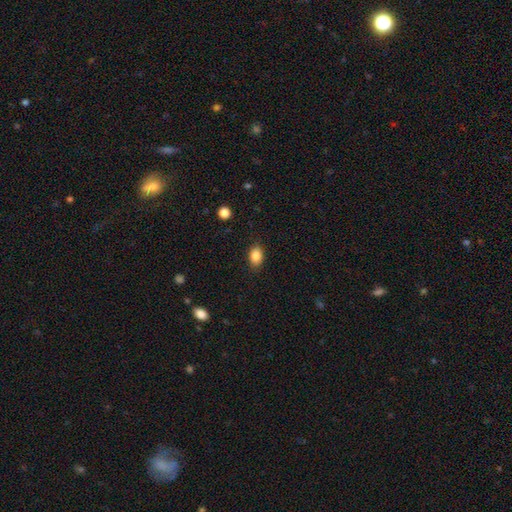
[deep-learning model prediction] Morphology: type=smooth (86%); roundness=in between (82%); merging=none (85%).